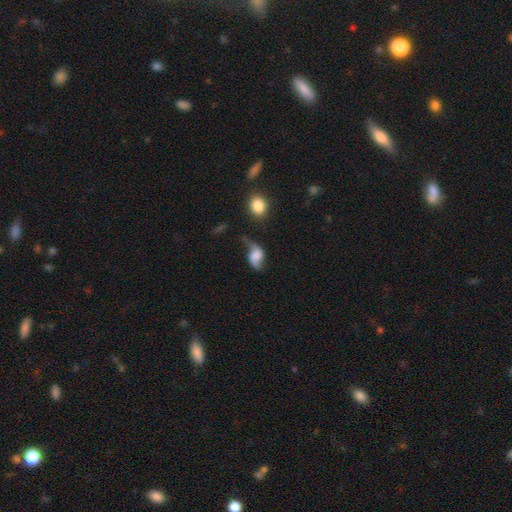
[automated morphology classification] This appears to be a featured or disk galaxy (54%) with no bar (61%), spiral arms (86%) and no central bulge (35%). Merging: none (42%).